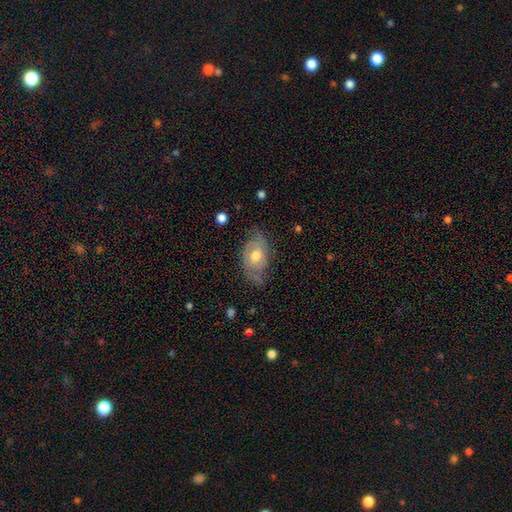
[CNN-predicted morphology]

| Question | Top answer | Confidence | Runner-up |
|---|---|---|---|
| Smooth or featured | featured or disk | 68% | smooth (25%) |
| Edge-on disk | no | 94% | yes (6%) |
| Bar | no | 72% | weak (24%) |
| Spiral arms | yes | 85% | no (15%) |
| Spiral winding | tight | 45% | medium (39%) |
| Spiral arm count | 2 | 66% | can't tell (20%) |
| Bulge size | moderate | 74% | small (14%) |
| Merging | none | 69% | minor disturbance (22%) |